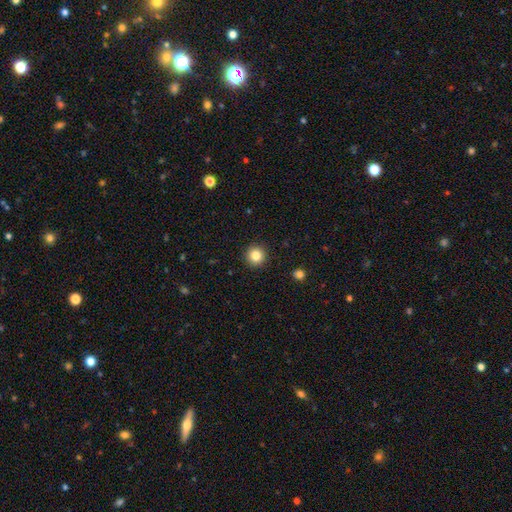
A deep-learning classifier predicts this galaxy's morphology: Smooth or featured? Predicted: smooth (p=0.84). How rounded? Predicted: round (p=0.95). Merging? Predicted: none (p=0.93).